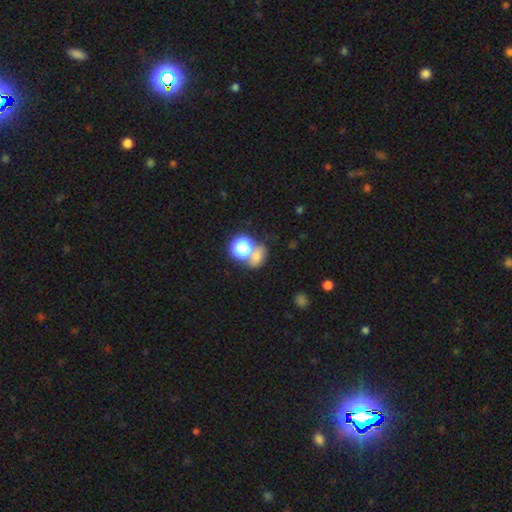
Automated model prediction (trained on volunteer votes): Smooth or featured: star or artifact — 63% (smooth — 27%)